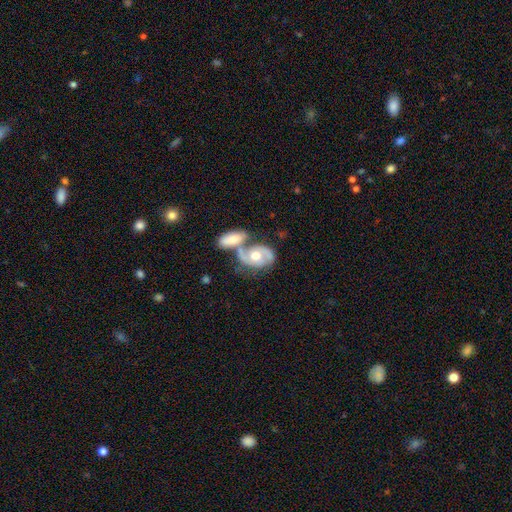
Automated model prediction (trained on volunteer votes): featured or disk 74%, smooth 20%, star or artifact 5%. Down the decision tree: edge-on disk — no (96%); bar — no (68%); spiral arms — yes (90%); spiral arm count — 2 (84%); spiral winding — medium (49%); bulge size — moderate (75%); merging — merger (54%).